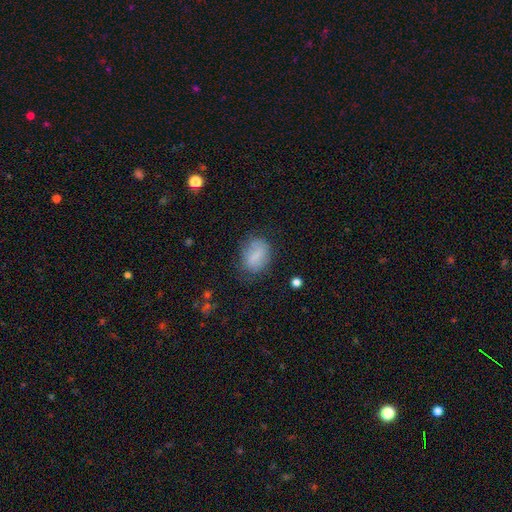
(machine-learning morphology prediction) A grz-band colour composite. It shows a smooth galaxy with no disk features (73%) that is in between round and cigar-shaped (70%). Merging: none (67%).